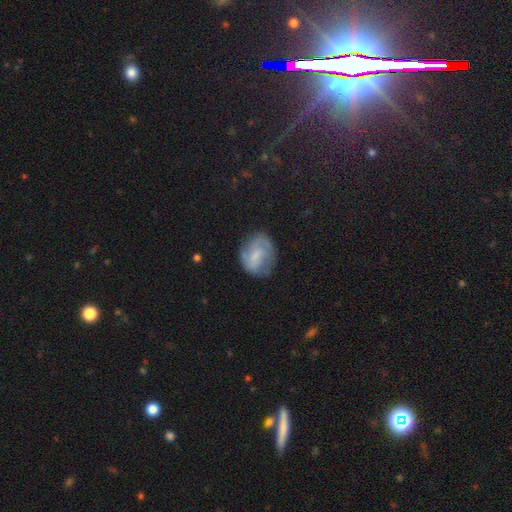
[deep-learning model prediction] This appears to be a featured or disk galaxy (49%). Merging: none (65%).